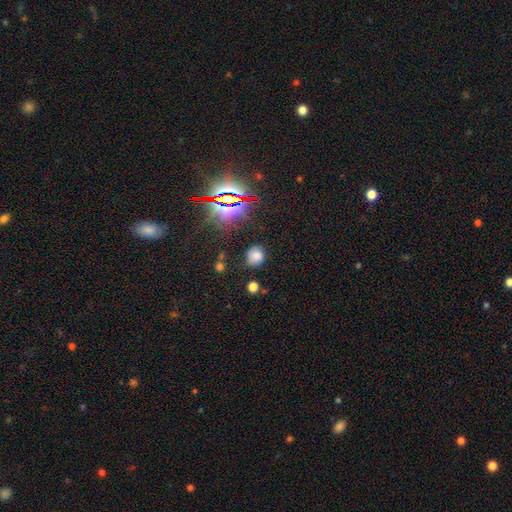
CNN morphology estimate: smooth 68%, star or artifact 21%, featured or disk 11%. Down the decision tree: how rounded — round (65%); merging — none (72%).